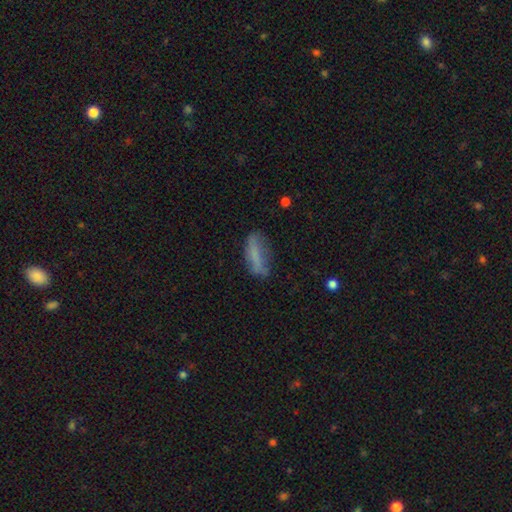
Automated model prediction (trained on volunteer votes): smooth-or-featured: smooth: 67% | featured or disk: 24% | star or artifact: 9%
  how-rounded: in between: 51% | cigar-shaped: 46% | round: 3%
  merging: none: 56% | minor disturbance: 28% | major disturbance: 13% | merger: 3%